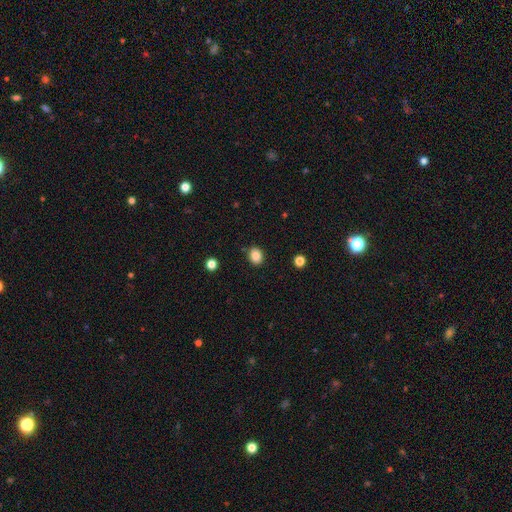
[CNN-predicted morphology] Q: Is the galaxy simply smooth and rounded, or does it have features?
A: smooth — 86%.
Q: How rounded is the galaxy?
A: round — 52%.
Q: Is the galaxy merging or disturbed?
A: none — 86%.